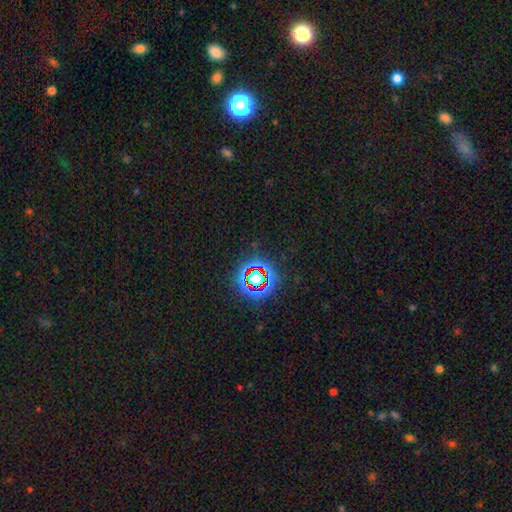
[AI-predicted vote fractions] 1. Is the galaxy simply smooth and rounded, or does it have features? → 76% star or artifact, 15% smooth, 9% featured or disk.